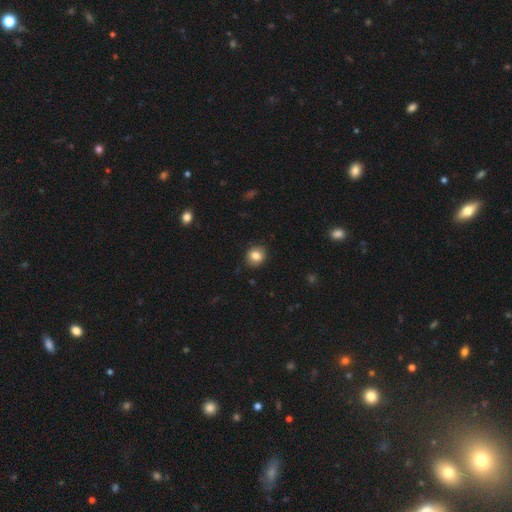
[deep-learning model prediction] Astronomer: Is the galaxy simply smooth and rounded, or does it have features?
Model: smooth — 83%.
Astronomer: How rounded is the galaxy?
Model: round — 78%.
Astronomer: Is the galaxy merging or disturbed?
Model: none — 88%.